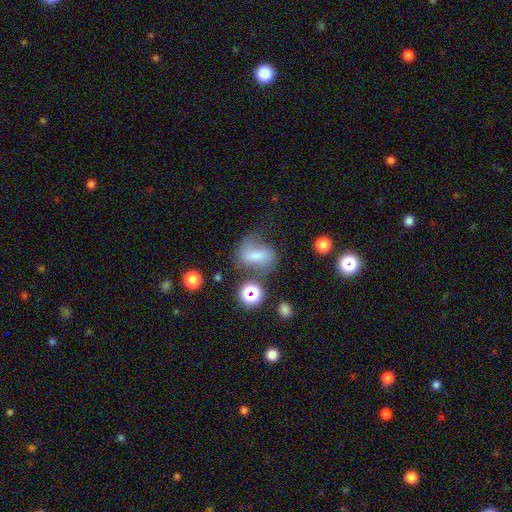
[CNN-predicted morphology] The model was most divided on "smooth or featured": smooth: 47%, featured or disk: 37%, star or artifact: 17%. Remaining: merging — none (44%).